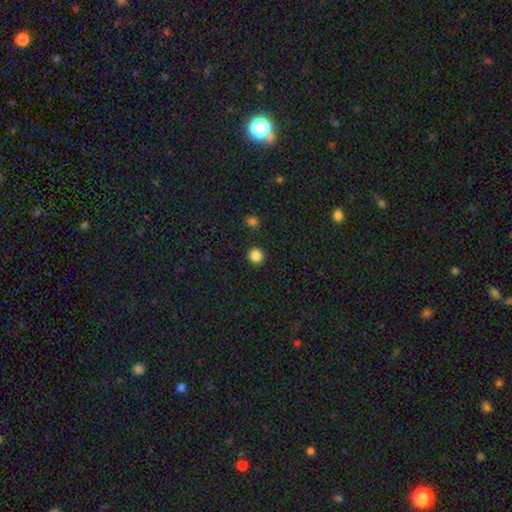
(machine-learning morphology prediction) Smooth or featured? smooth (86%)
How rounded? round (93%)
Merging? none (92%)